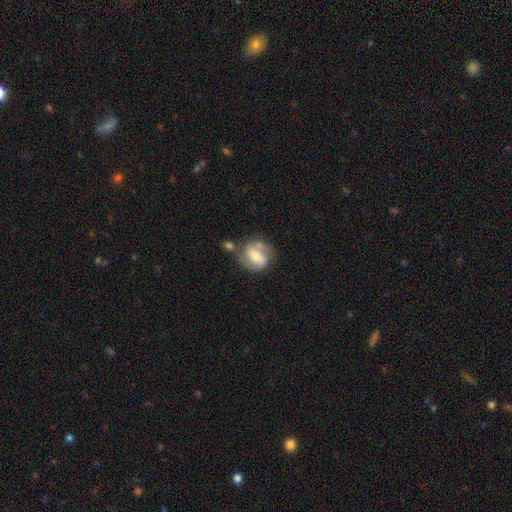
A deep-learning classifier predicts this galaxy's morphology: A featured or disk galaxy (57%) with a weak bar (39%), spiral arms (77%) and a moderate central bulge (50%).

Vote fractions:
- Smooth or featured? featured or disk: 57% / smooth: 36% / star or artifact: 7%
- Edge-on disk? no: 96% / yes: 4%
- Bar? weak: 39% / strong: 31% / no: 30%
- Spiral arms? yes: 77% / no: 23%
- Bulge size? moderate: 50% / small: 37% / large: 8% / none: 3% / dominant: 2%
- Merging? none: 46% / merger: 21% / minor disturbance: 21% / major disturbance: 11%